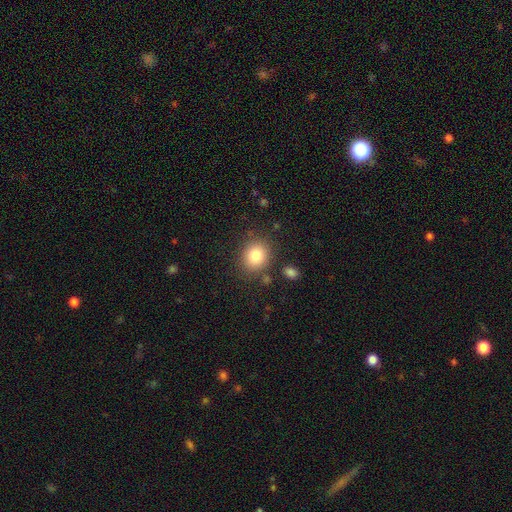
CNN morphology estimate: Smooth or featured: smooth — 82% (star or artifact — 10%)
How rounded: round — 71% (in between — 29%)
Merging: none — 82% (minor disturbance — 10%)